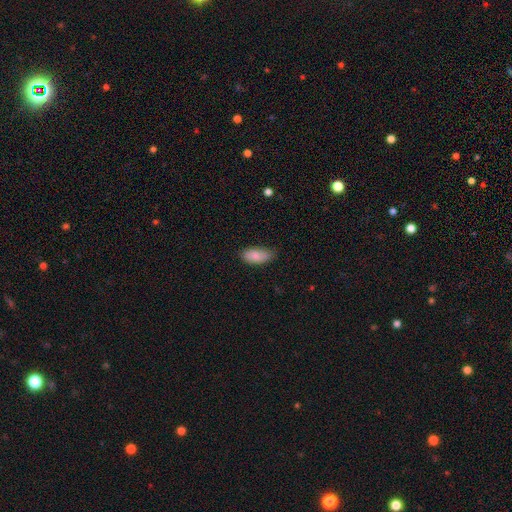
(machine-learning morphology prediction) Smooth or featured: smooth — 81% (featured or disk — 13%)
How rounded: in between — 92% (cigar-shaped — 6%)
Merging: none — 69% (minor disturbance — 26%)